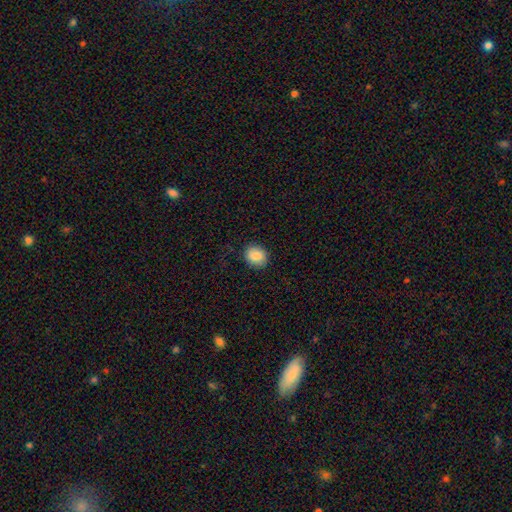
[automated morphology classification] Smooth or featured? smooth (88%)
How rounded? round (67%)
Merging? none (87%)